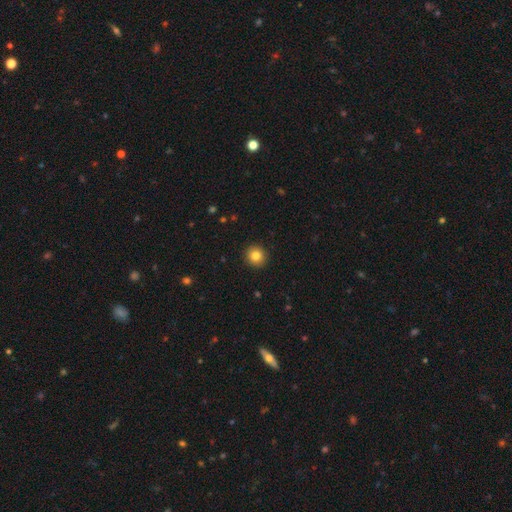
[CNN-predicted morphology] Q: Smooth or featured?
A: smooth (82%); runner-up: star or artifact (10%)
Q: How rounded?
A: round (93%); runner-up: in between (6%)
Q: Merging?
A: none (93%); runner-up: minor disturbance (5%)